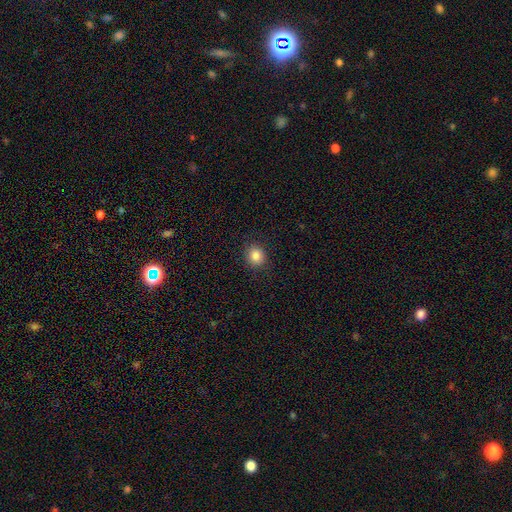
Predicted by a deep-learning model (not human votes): smooth 84%, star or artifact 10%, featured or disk 5%. Down the decision tree: how rounded — round (79%); merging — none (89%).